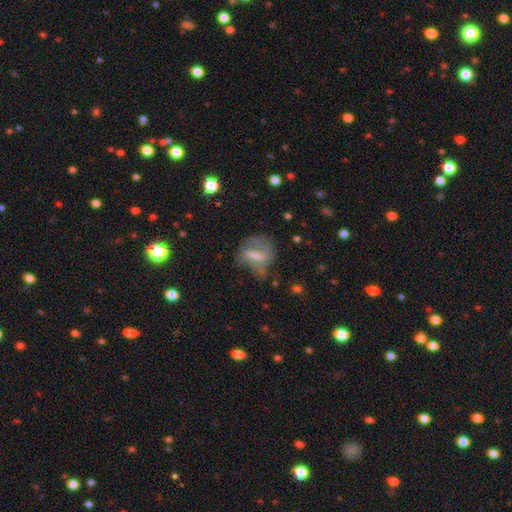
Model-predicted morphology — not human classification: Overall: featured or disk (47%; smooth 42%). Merging: none (41%; major disturbance 30%).